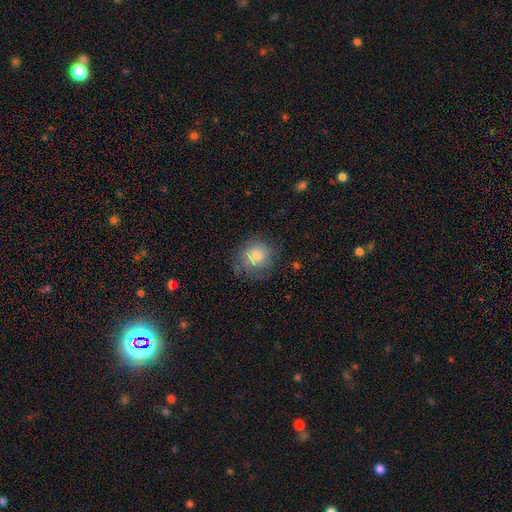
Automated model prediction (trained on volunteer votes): This appears to be a smooth galaxy with no disk features (68%) that is round (85%). Merging: none (68%).